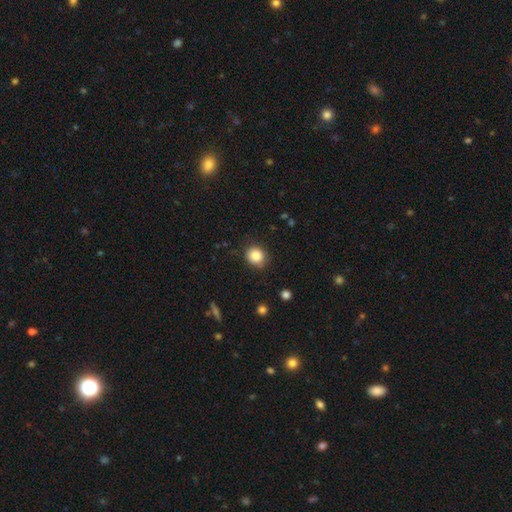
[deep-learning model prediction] A smooth galaxy with no disk features (85%) that is round (83%). Merging: none (82%).